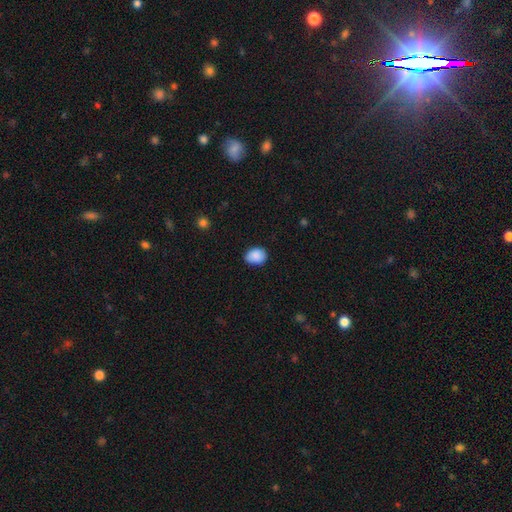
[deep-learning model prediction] Q: Smooth or featured?
A: smooth (90%); runner-up: star or artifact (7%)
Q: How rounded?
A: in between (61%); runner-up: round (38%)
Q: Merging?
A: none (81%); runner-up: minor disturbance (15%)